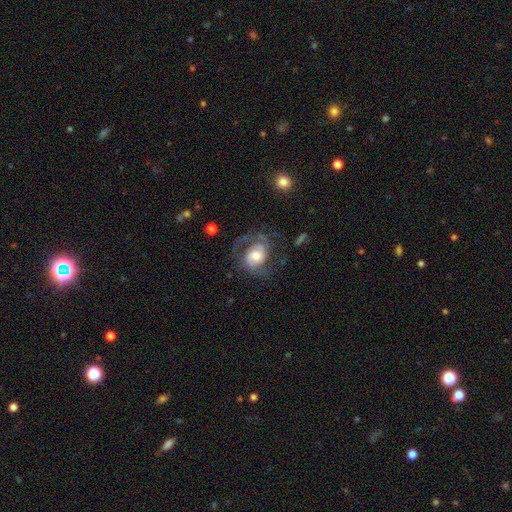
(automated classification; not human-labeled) Smooth or featured?
  - featured or disk: 75% *
  - smooth: 18%
  - star or artifact: 7%
Edge-on disk?
  - no: 97% *
  - yes: 3%
Bar?
  - no: 58% *
  - weak: 34%
  - strong: 8%
Spiral arms?
  - yes: 91% *
  - no: 9%
Spiral winding?
  - medium: 49% *
  - tight: 27%
  - loose: 24%
Spiral arm count?
  - 2: 70% *
  - 1: 11%
  - can't tell: 10%
  - 3: 5%
  - 4: 2%
  - more than 4: 2%
Bulge size?
  - moderate: 53% *
  - large: 25%
  - small: 16%
  - dominant: 3%
  - none: 3%
Merging?
  - none: 55% *
  - major disturbance: 23%
  - minor disturbance: 20%
  - merger: 2%